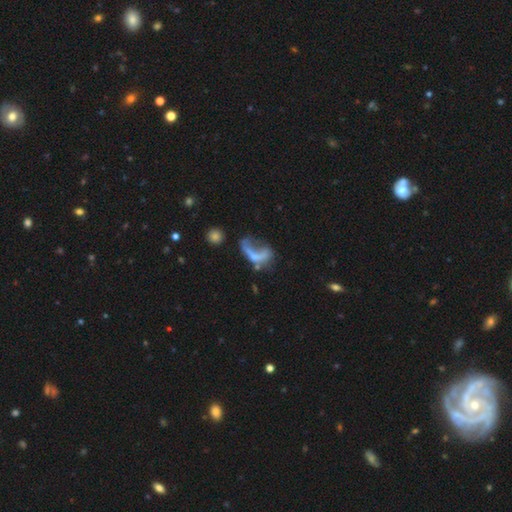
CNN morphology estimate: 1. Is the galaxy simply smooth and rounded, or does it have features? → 49% featured or disk, 39% smooth, 12% star or artifact.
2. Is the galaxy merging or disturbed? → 52% major disturbance, 20% none, 14% minor disturbance, 14% merger.